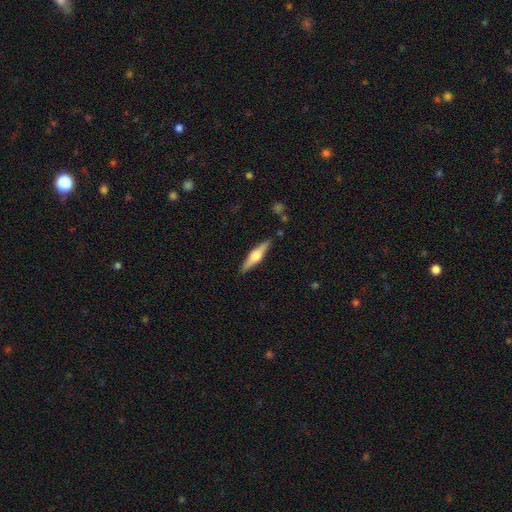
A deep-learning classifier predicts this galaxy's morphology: Smooth or featured?
  - featured or disk: 65% *
  - smooth: 29%
  - star or artifact: 5%
Edge-on disk?
  - yes: 97% *
  - no: 3%
Edge-on bulge?
  - rounded: 93% *
  - boxy: 5%
  - none: 2%
Merging?
  - none: 89% *
  - minor disturbance: 8%
  - major disturbance: 2%
  - merger: 1%